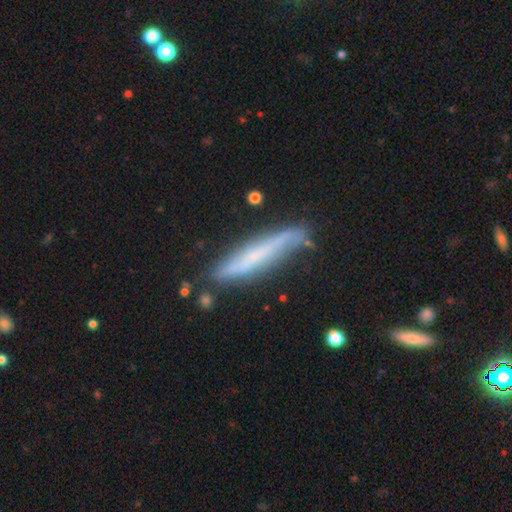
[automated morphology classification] The model was most divided on "smooth or featured": featured or disk: 50%, smooth: 43%, star or artifact: 7%. More confident: merging — none (68%).